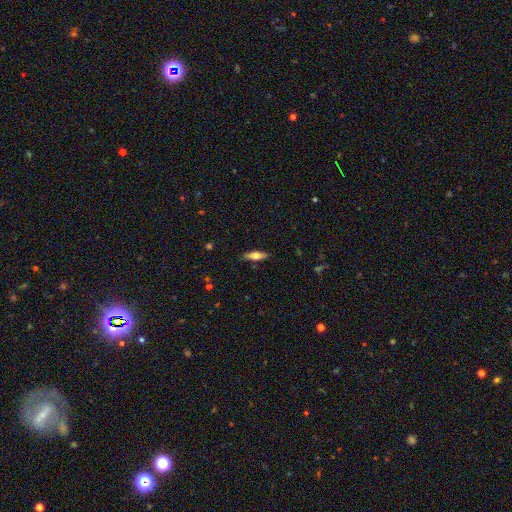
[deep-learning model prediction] A smooth galaxy with no disk features (53%) that is cigar-shaped (55%).

Vote fractions:
- Smooth or featured? smooth: 53% / featured or disk: 41% / star or artifact: 6%
- How rounded? cigar-shaped: 55% / in between: 42% / round: 3%
- Merging? none: 85% / minor disturbance: 11% / major disturbance: 2% / merger: 1%